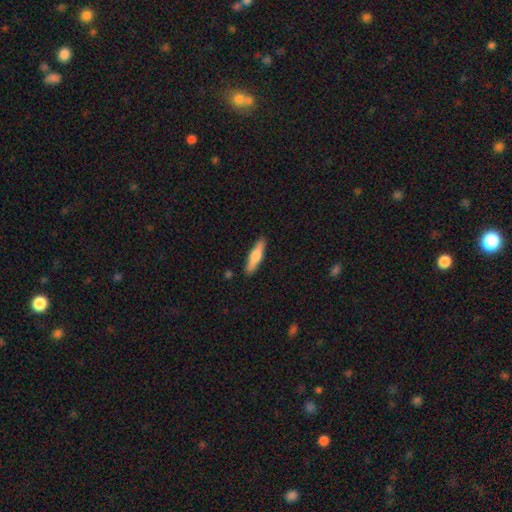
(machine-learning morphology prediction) This appears to be a smooth galaxy with no disk features (62%) that is cigar-shaped (76%). Merging: none (88%).